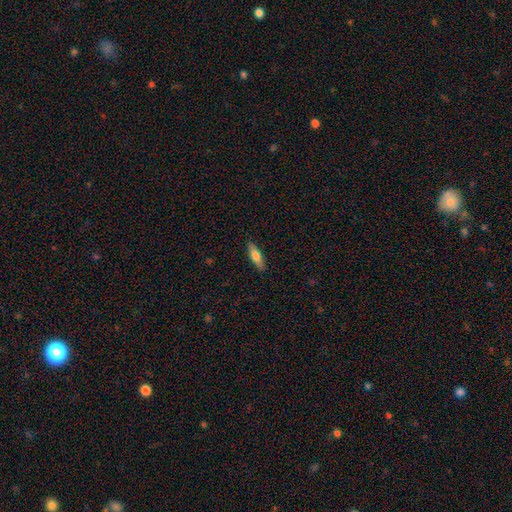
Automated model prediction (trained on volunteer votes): A smooth galaxy with no disk features (66%) that is cigar-shaped (58%).

Vote fractions:
- Smooth or featured? smooth: 66% / featured or disk: 28% / star or artifact: 6%
- How rounded? cigar-shaped: 58% / in between: 40% / round: 2%
- Merging? none: 88% / minor disturbance: 9% / major disturbance: 2% / merger: 1%